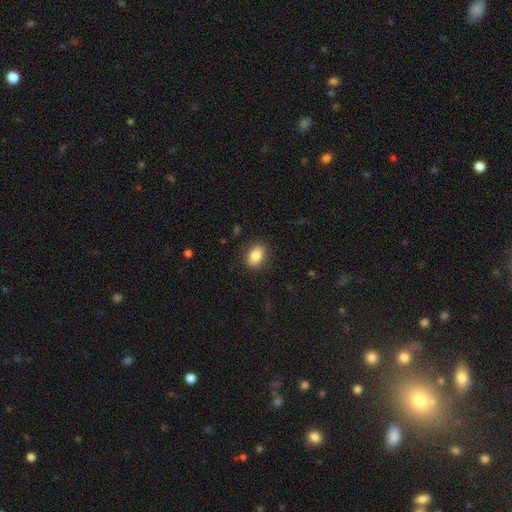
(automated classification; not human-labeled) The model was most divided on "how rounded": in between: 73%, round: 26%, cigar-shaped: 2%. More confident: merging — none (87%); smooth or featured — smooth (83%).